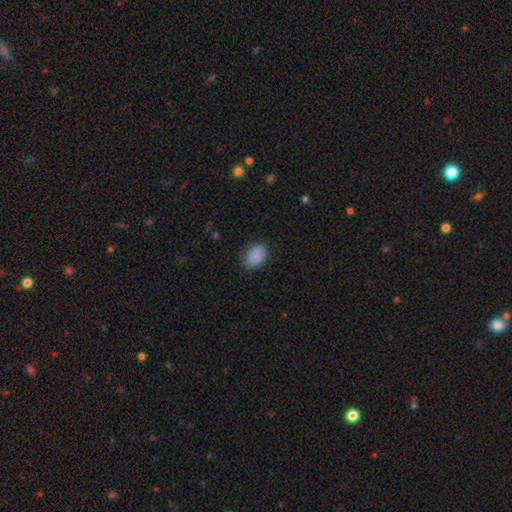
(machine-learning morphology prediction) Smooth or featured?
  - smooth: 86% *
  - star or artifact: 8%
  - featured or disk: 6%
How rounded?
  - in between: 81% *
  - round: 18%
  - cigar-shaped: 1%
Merging?
  - none: 78% *
  - minor disturbance: 17%
  - major disturbance: 4%
  - merger: 1%